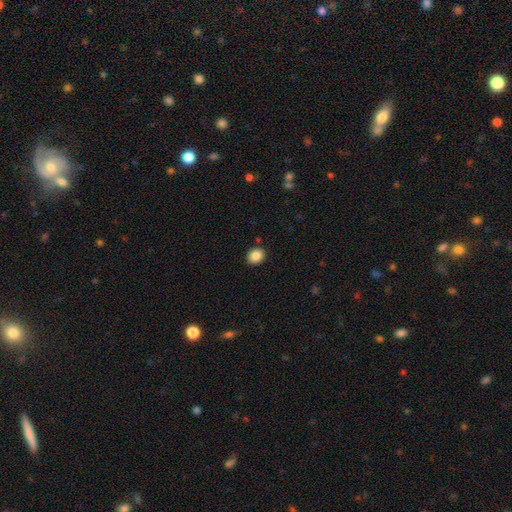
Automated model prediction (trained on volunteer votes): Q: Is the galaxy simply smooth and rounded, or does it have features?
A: smooth — 86%.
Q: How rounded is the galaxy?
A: round — 66%.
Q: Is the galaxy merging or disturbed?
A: none — 89%.